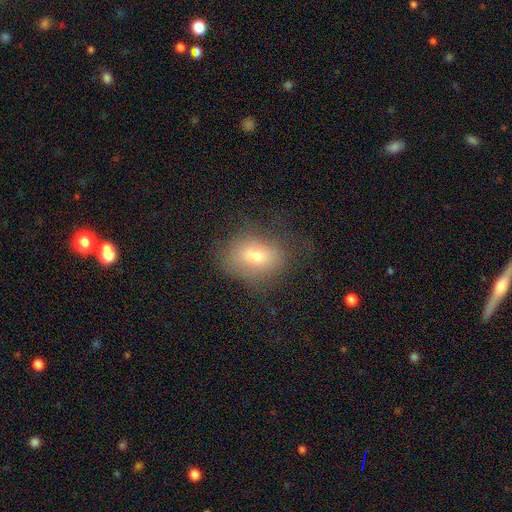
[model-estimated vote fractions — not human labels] smooth-or-featured: smooth: 68% | featured or disk: 20% | star or artifact: 12%
  how-rounded: in between: 68% | round: 30% | cigar-shaped: 2%
  merging: none: 58% | minor disturbance: 24% | major disturbance: 16% | merger: 2%